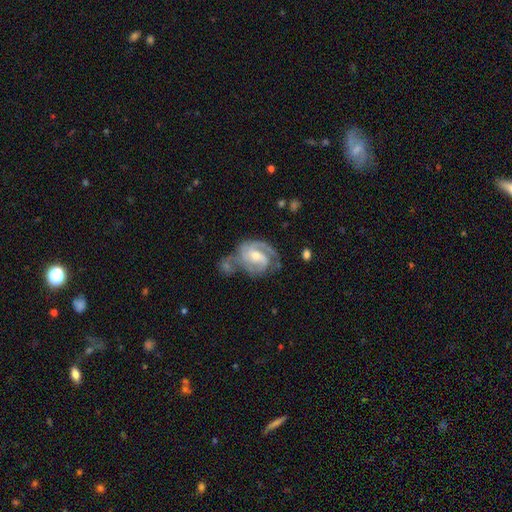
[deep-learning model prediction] smooth_or_featured: featured or disk (p=0.86) [alt: smooth p=0.09]
disk_edge_on: no (p=0.97) [alt: yes p=0.03]
bar: weak (p=0.47) [alt: no p=0.37]
has_spiral_arms: yes (p=0.96) [alt: no p=0.04]
spiral_winding: medium (p=0.44) [tied with: tight p=0.44]
spiral_arm_count: 2 (p=0.58) [alt: 3 p=0.18]
bulge_size: moderate (p=0.53) [alt: small p=0.42]
merging: none (p=0.41) [alt: minor disturbance p=0.21]